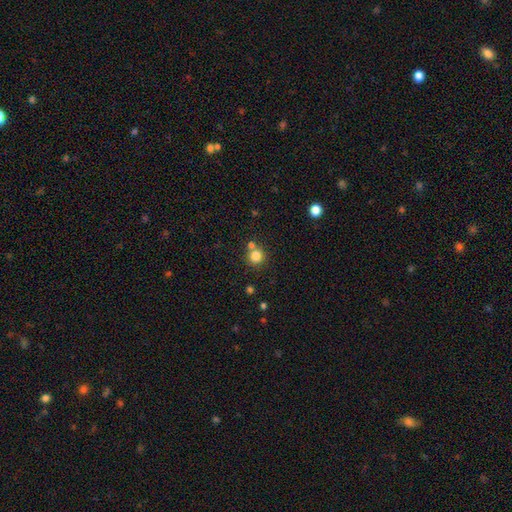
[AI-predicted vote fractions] Overall: smooth (80%). How rounded: round (92%). Merging: none (67%).